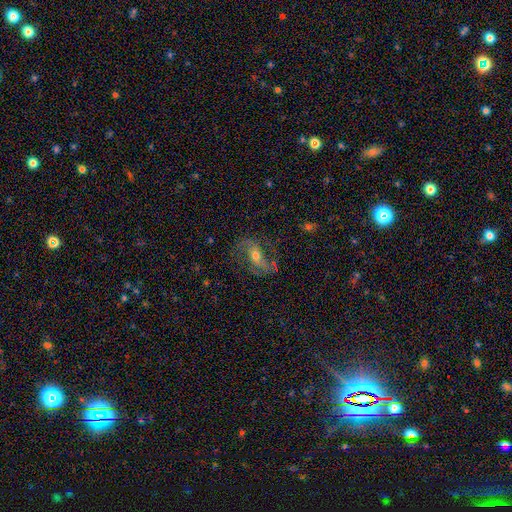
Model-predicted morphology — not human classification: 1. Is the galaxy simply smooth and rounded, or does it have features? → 74% featured or disk, 14% smooth, 12% star or artifact.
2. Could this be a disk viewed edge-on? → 93% no, 7% yes.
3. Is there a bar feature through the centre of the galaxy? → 38% weak, 32% no, 30% strong.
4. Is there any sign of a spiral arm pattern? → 90% yes, 10% no.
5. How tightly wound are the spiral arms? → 48% loose, 39% medium, 13% tight.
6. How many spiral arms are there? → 88% 2, 6% can't tell, 3% 1, 2% 3, 1% 4, 1% more than 4.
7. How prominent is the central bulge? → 60% moderate, 32% small, 5% large, 2% none, 1% dominant.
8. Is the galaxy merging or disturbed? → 71% none, 16% minor disturbance, 12% major disturbance, 2% merger.